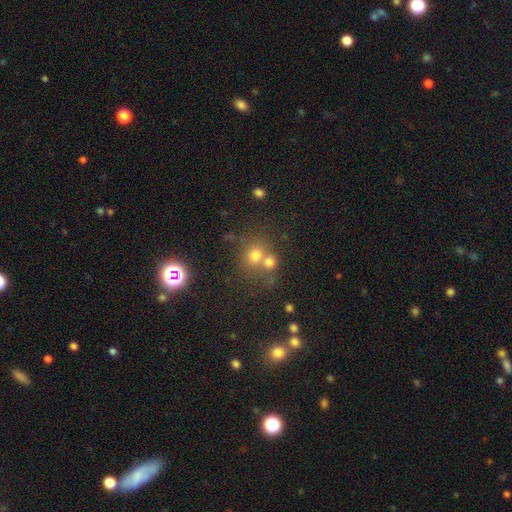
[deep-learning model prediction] Smooth or featured? Predicted: smooth (p=0.67). How rounded? Predicted: round (p=0.82). Merging? Predicted: none (p=0.48).